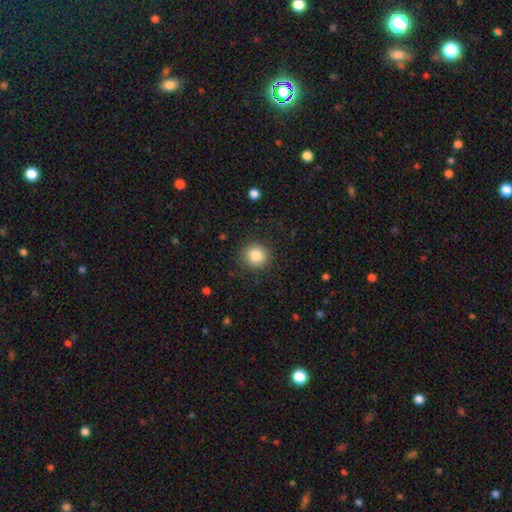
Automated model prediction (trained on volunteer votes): smooth-or-featured: smooth: 83% | star or artifact: 10% | featured or disk: 7%
  how-rounded: round: 90% | in between: 9% | cigar-shaped: 1%
  merging: none: 89% | minor disturbance: 7% | major disturbance: 3% | merger: 1%